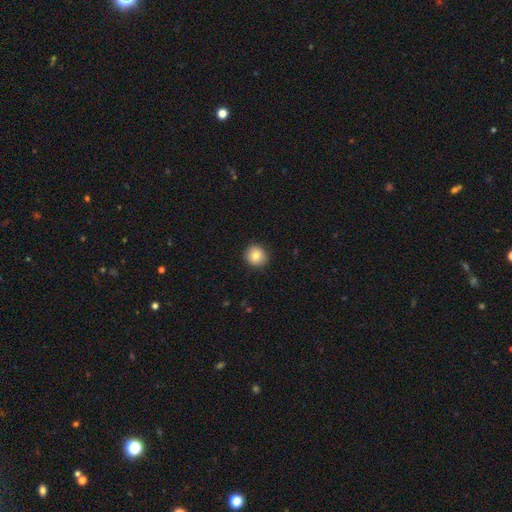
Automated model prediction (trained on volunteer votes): Smooth or featured? Predicted: smooth (p=0.82). How rounded? Predicted: round (p=0.90). Merging? Predicted: none (p=0.91).